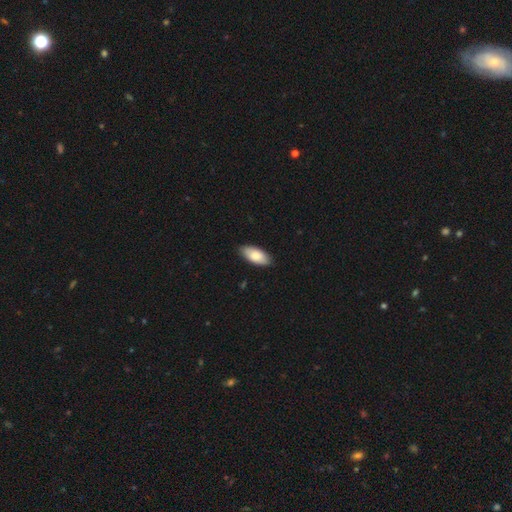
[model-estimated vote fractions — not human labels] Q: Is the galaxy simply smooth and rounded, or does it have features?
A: smooth — 84%.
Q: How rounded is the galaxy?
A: in between — 90%.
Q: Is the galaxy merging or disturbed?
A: none — 87%.